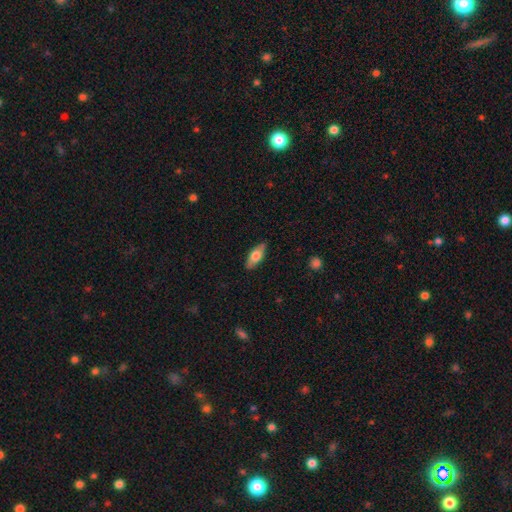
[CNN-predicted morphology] Smooth or featured: smooth — 67% (featured or disk — 27%)
How rounded: in between — 75% (cigar-shaped — 22%)
Merging: none — 87% (minor disturbance — 10%)